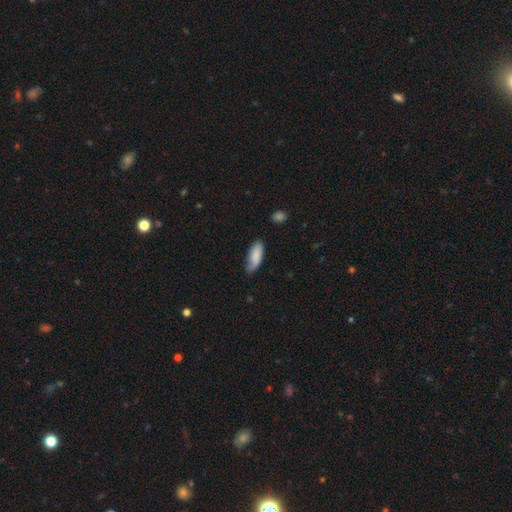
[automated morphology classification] This is clearly a smooth galaxy (83%). How rounded: likely in between (77%). Merging: likely none (62%).